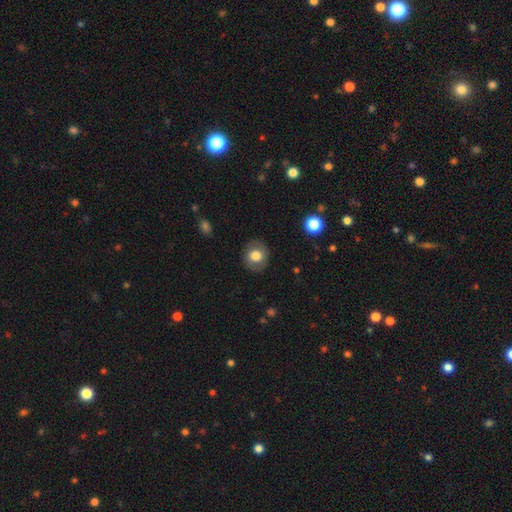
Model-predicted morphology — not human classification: This appears to be a smooth galaxy with no disk features (74%) that is round (81%). Merging: none (86%).